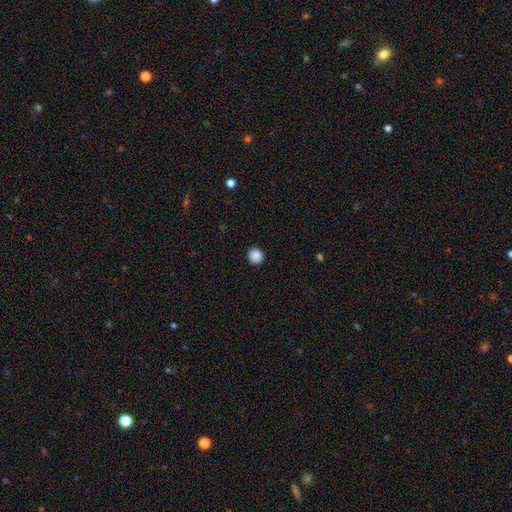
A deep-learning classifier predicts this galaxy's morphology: Smooth or featured? Predicted: smooth (p=0.88). How rounded? Predicted: round (p=0.94). Merging? Predicted: none (p=0.93).